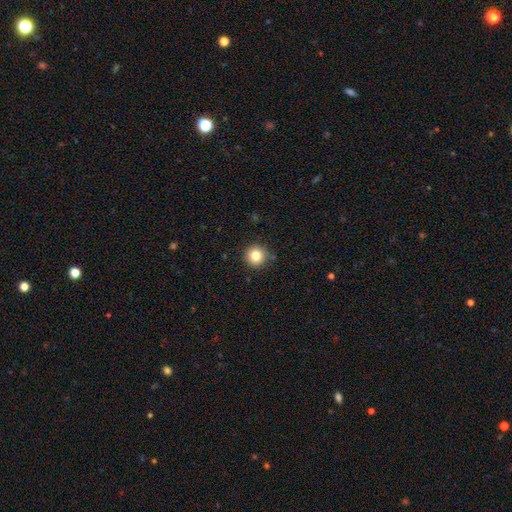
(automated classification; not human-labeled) Overall: smooth (81%). How rounded: round (95%). Merging: none (89%).